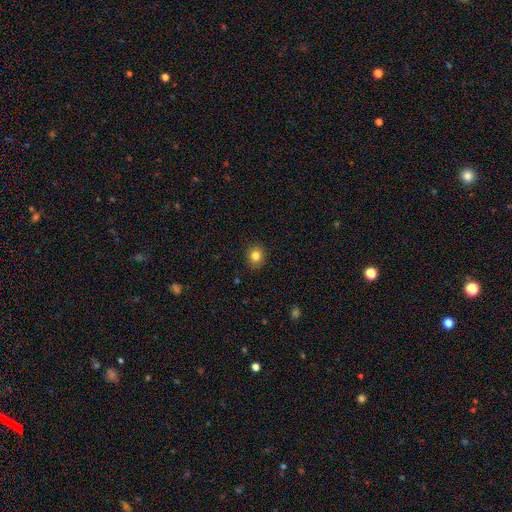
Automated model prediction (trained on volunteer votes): Smooth or featured? smooth (82%)
How rounded? round (74%)
Merging? none (89%)